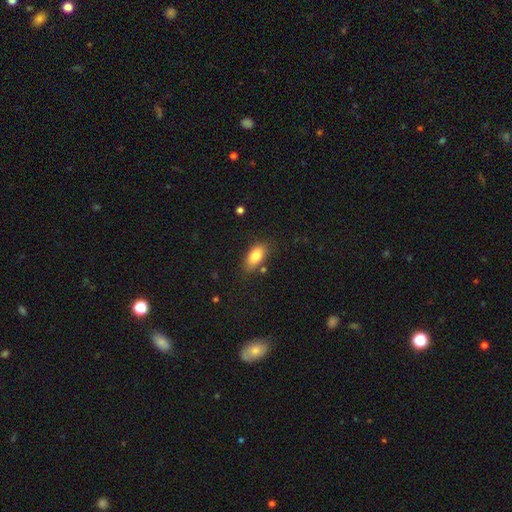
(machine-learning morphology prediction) Smooth or featured?
  - smooth: 80% *
  - featured or disk: 12%
  - star or artifact: 8%
How rounded?
  - in between: 88% *
  - cigar-shaped: 6%
  - round: 6%
Merging?
  - none: 75% *
  - minor disturbance: 16%
  - merger: 5%
  - major disturbance: 4%